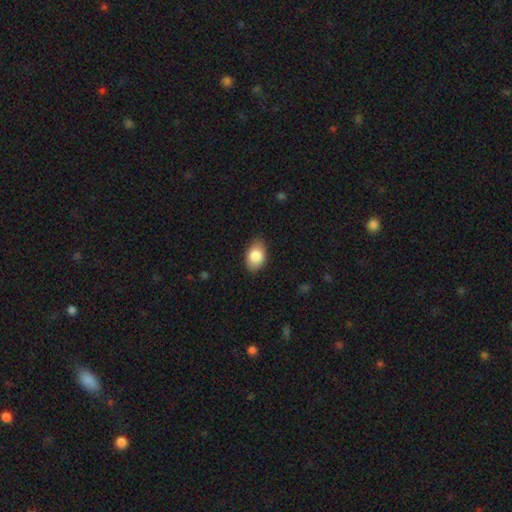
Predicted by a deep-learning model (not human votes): Smooth or featured?
  - smooth: 85% *
  - featured or disk: 8%
  - star or artifact: 7%
How rounded?
  - in between: 86% *
  - round: 13%
  - cigar-shaped: 1%
Merging?
  - none: 82% *
  - minor disturbance: 14%
  - major disturbance: 3%
  - merger: 1%